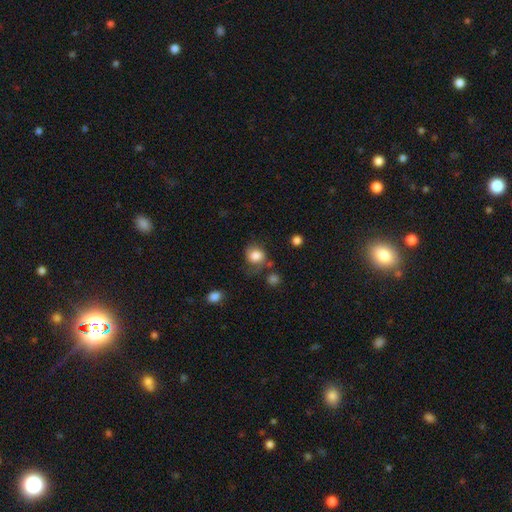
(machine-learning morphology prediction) Overall: smooth (79%). How rounded: round (70%). Merging: none (56%; minor disturbance 25%).